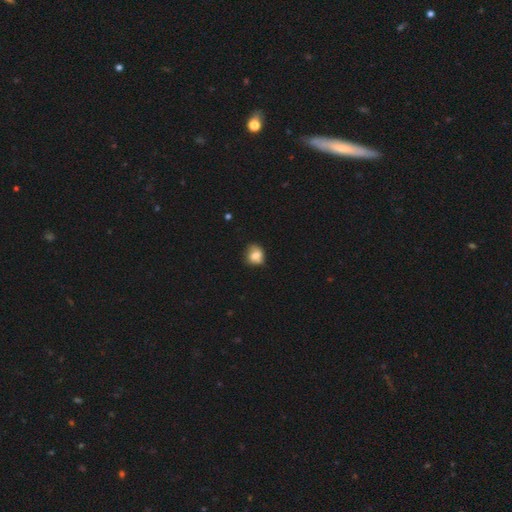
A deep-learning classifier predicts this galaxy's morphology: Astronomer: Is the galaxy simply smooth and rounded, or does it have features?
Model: smooth — 76%.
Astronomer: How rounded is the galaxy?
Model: round — 63%.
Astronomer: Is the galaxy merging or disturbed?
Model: none — 59%.